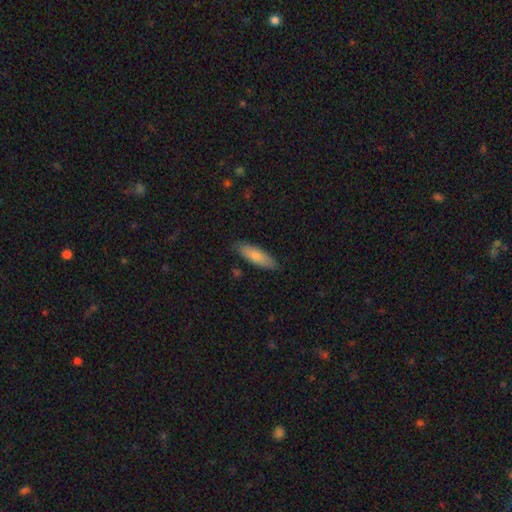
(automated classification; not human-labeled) Smooth or featured?
  - smooth: 80% *
  - featured or disk: 14%
  - star or artifact: 6%
How rounded?
  - in between: 51% *
  - cigar-shaped: 48%
  - round: 2%
Merging?
  - none: 86% *
  - minor disturbance: 11%
  - major disturbance: 2%
  - merger: 1%